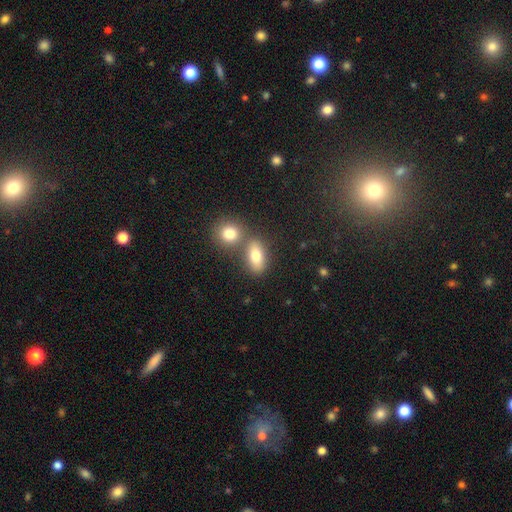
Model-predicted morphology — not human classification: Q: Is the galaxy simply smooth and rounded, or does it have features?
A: smooth — 78%.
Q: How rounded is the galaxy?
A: in between — 76%.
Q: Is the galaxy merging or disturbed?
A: none — 56%.